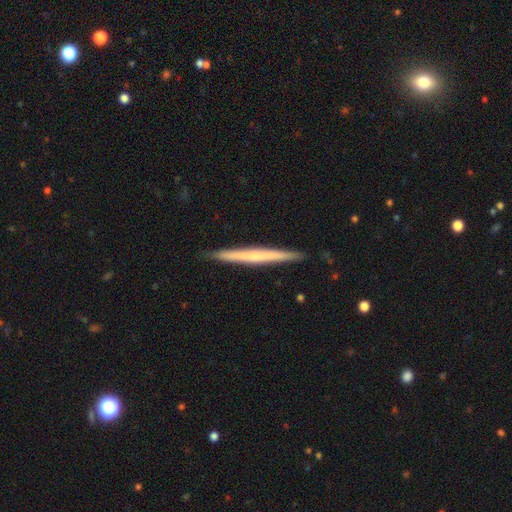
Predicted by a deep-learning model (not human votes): Q: Smooth or featured?
A: featured or disk (52%); runner-up: smooth (43%)
Q: Edge-on disk?
A: yes (97%); runner-up: no (3%)
Q: Edge-on bulge?
A: none (75%); runner-up: rounded (20%)
Q: Merging?
A: none (91%); runner-up: minor disturbance (6%)